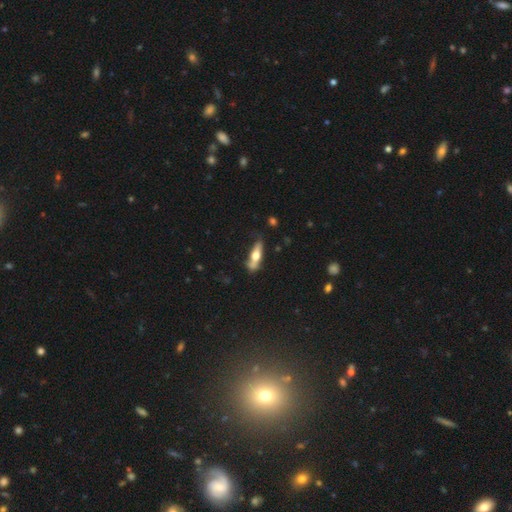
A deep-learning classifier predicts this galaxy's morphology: The model was most divided on "smooth or featured": smooth: 50%, featured or disk: 44%, star or artifact: 6%. More confident: merging — none (62%).